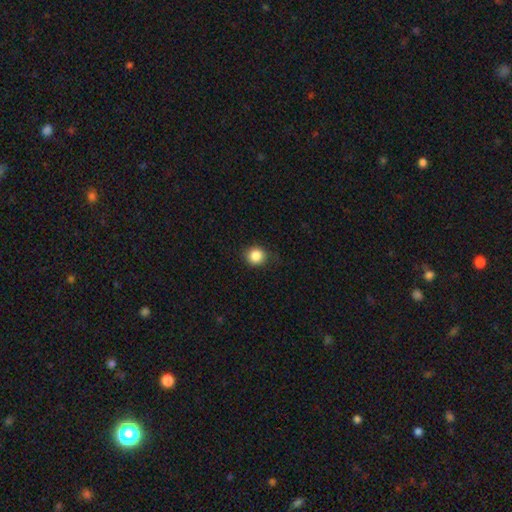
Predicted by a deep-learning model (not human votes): The model was most divided on "merging": none: 82%, minor disturbance: 14%, major disturbance: 3%, merger: 1%. More confident: how rounded — round (89%); smooth or featured — smooth (86%).